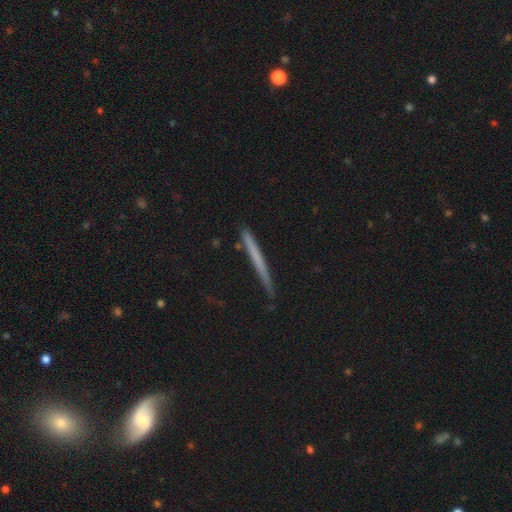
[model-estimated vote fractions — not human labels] A smooth galaxy with no disk features (53%) that is cigar-shaped (97%).

Vote fractions:
- Smooth or featured? smooth: 53% / featured or disk: 40% / star or artifact: 7%
- How rounded? cigar-shaped: 97% / in between: 2% / round: 1%
- Merging? none: 84% / minor disturbance: 12% / major disturbance: 2% / merger: 2%